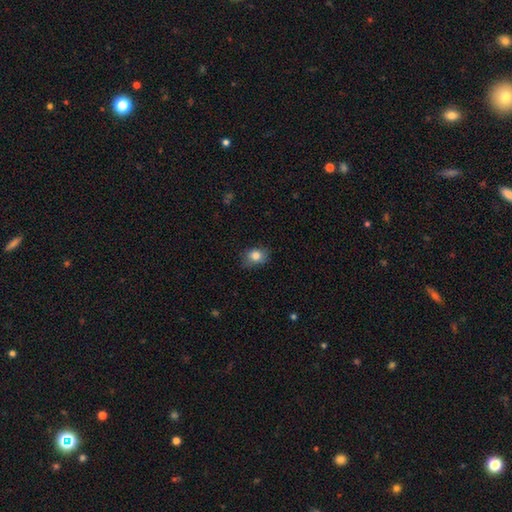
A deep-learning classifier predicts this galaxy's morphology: Overall: smooth (82%). How rounded: in between (54%; round 45%). Merging: none (75%).